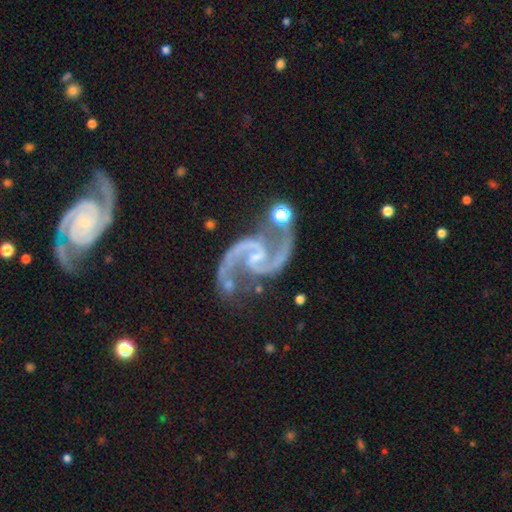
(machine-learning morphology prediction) type=featured or disk (94%); edge-on=no (98%); bar=weak (46%); spiral arms=yes (99%); winding=medium (63%); arm count=2 (95%); bulge=small (65%); merging=none (62%).